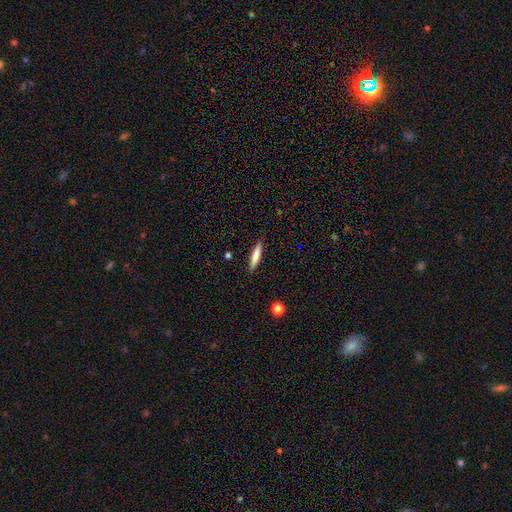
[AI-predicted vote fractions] A smooth galaxy with no disk features (74%) that is cigar-shaped (89%).

Vote fractions:
- Smooth or featured? smooth: 74% / featured or disk: 19% / star or artifact: 6%
- How rounded? cigar-shaped: 89% / in between: 10% / round: 1%
- Merging? none: 89% / minor disturbance: 8% / major disturbance: 2% / merger: 1%